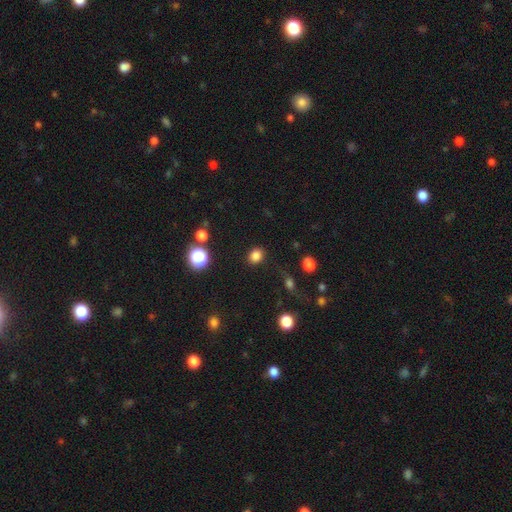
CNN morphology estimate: Overall: smooth (82%). How rounded: round (62%; in between 37%). Merging: none (86%).